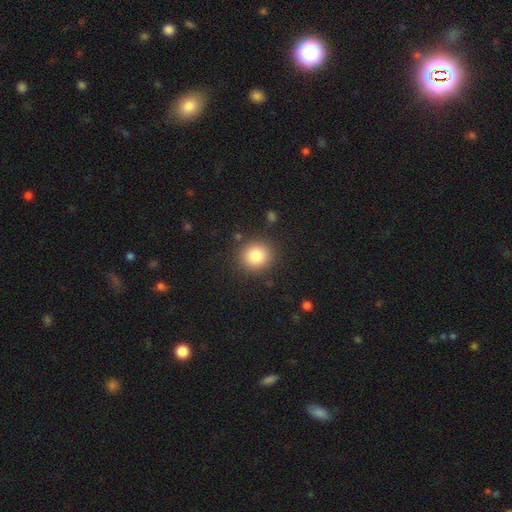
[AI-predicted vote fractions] Q: Smooth or featured?
A: smooth (85%); runner-up: star or artifact (10%)
Q: How rounded?
A: round (88%); runner-up: in between (12%)
Q: Merging?
A: none (88%); runner-up: minor disturbance (7%)